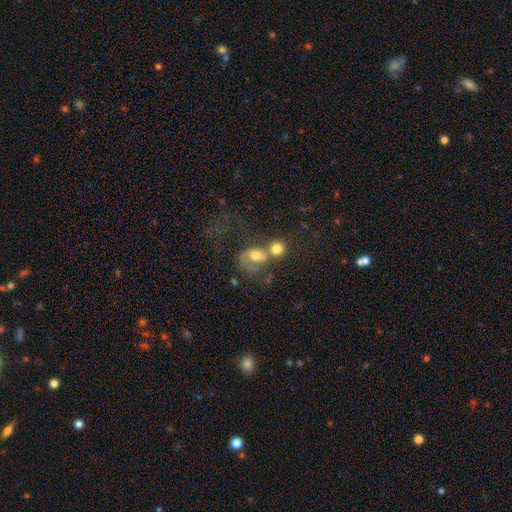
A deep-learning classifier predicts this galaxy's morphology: The model was most divided on "how rounded": round: 51%, in between: 47%, cigar-shaped: 2%. More confident: merging — merger (59%); smooth or featured — smooth (56%).